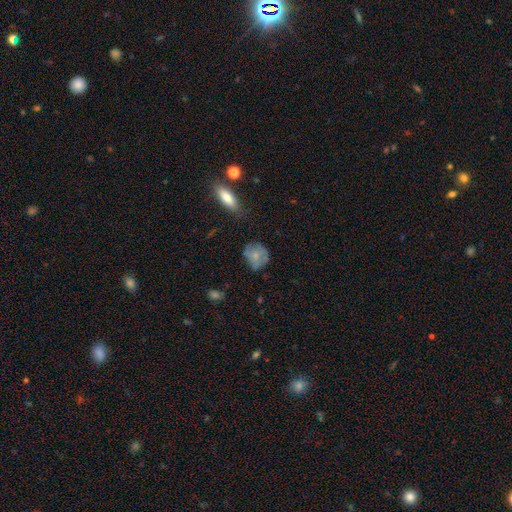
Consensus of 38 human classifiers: Smooth or featured? 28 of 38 (74%) said smooth. How rounded? 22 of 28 (79%) said round. Merging? 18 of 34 (53%) said none.